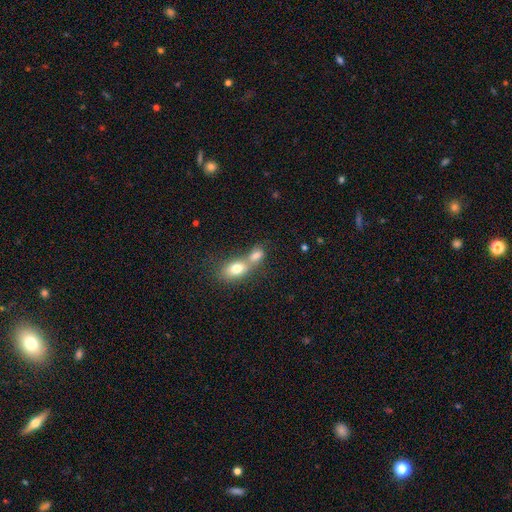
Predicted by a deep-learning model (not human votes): Smooth or featured? smooth (77%)
How rounded? in between (77%)
Merging? merger (67%)